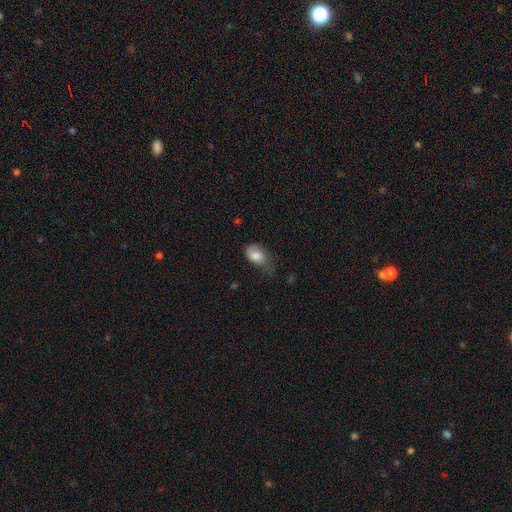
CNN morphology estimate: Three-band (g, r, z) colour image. It shows a smooth galaxy with no disk features (77%) that is in between round and cigar-shaped (85%). Merging: minor disturbance (39%).